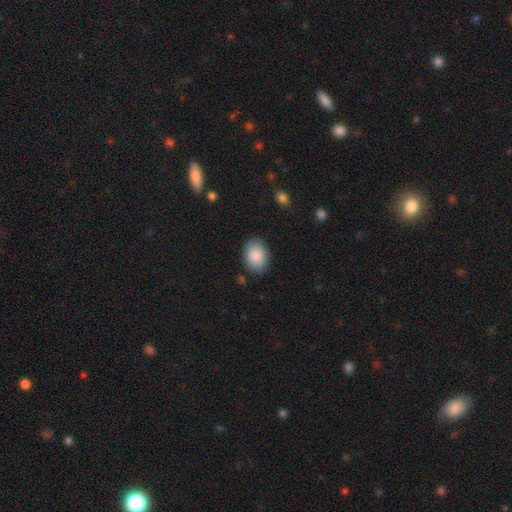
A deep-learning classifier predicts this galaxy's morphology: Smooth or featured: smooth — 88% (star or artifact — 6%)
How rounded: in between — 77% (round — 22%)
Merging: none — 82% (minor disturbance — 14%)